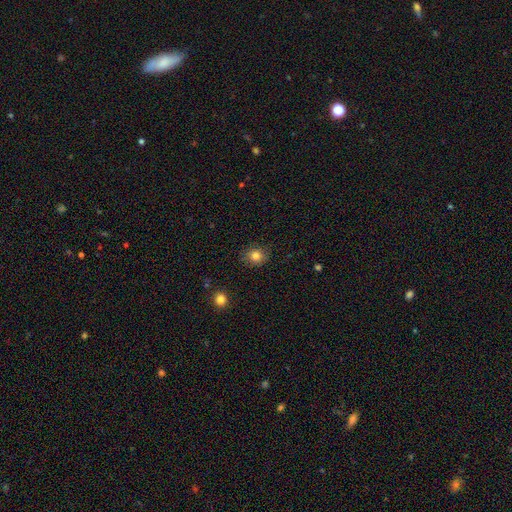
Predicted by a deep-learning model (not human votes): smooth_or_featured: smooth (p=0.82) [alt: star or artifact p=0.12]
how_rounded: round (p=0.77) [alt: in between p=0.22]
merging: none (p=0.86) [alt: minor disturbance p=0.10]